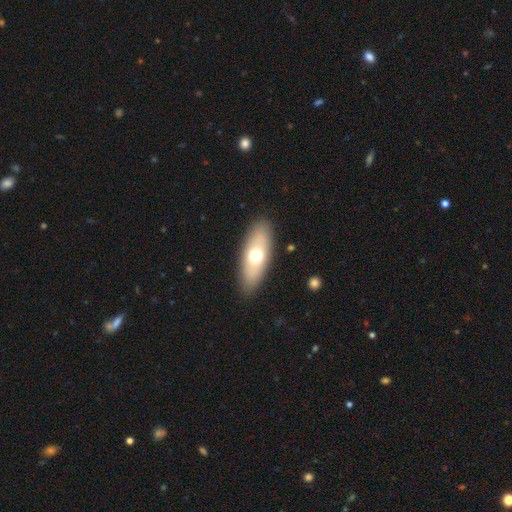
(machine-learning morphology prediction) smooth 62%, featured or disk 31%, star or artifact 6%. Down the decision tree: how rounded — in between (75%); merging — none (87%).